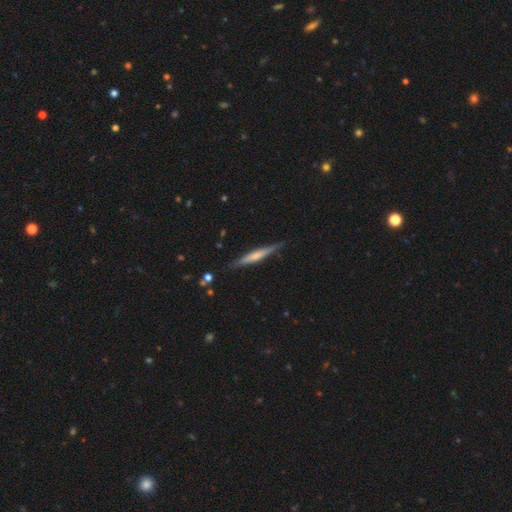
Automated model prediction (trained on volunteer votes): Smooth or featured? Predicted: featured or disk (p=0.55). Edge-on disk? Predicted: yes (p=0.96). Edge-on bulge? Predicted: rounded (p=0.55). Merging? Predicted: none (p=0.85).